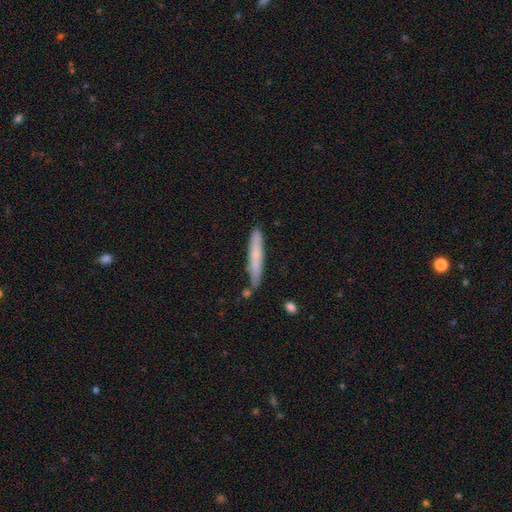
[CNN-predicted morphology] Smooth or featured? Predicted: smooth (p=0.66). How rounded? Predicted: cigar-shaped (p=0.94). Merging? Predicted: none (p=0.78).